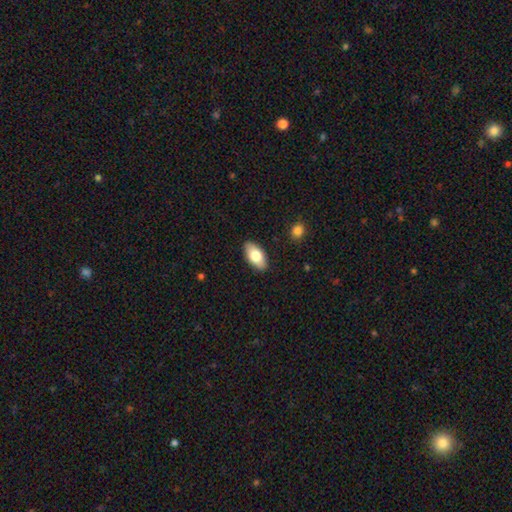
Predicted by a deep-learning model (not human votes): Smooth or featured?
  - smooth: 77% *
  - featured or disk: 16%
  - star or artifact: 6%
How rounded?
  - in between: 93% *
  - cigar-shaped: 5%
  - round: 3%
Merging?
  - none: 88% *
  - minor disturbance: 9%
  - major disturbance: 2%
  - merger: 1%